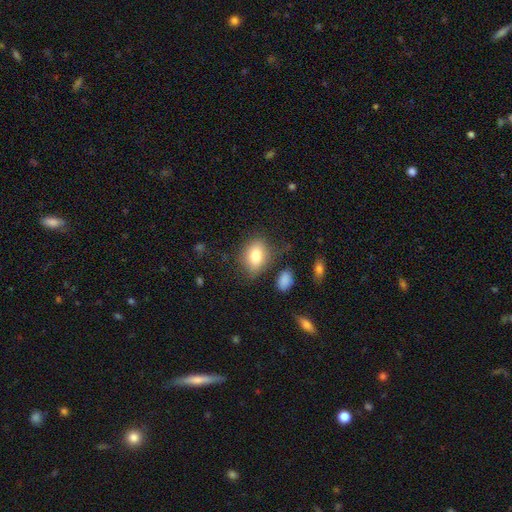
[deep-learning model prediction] Q: Smooth or featured?
A: smooth (78%); runner-up: featured or disk (14%)
Q: How rounded?
A: in between (72%); runner-up: round (26%)
Q: Merging?
A: none (70%); runner-up: minor disturbance (19%)